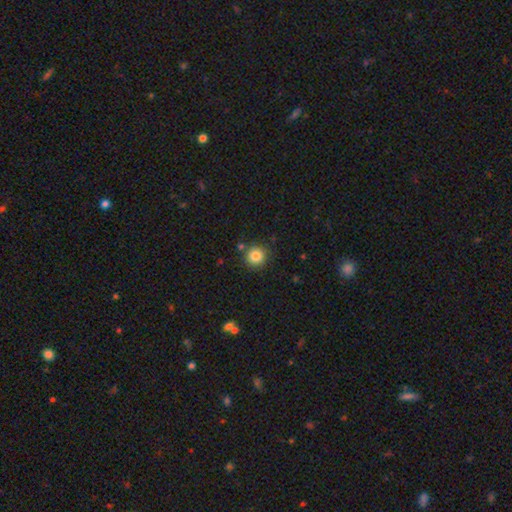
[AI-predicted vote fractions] A smooth galaxy with no disk features (84%) that is round (93%). Merging: none (84%).